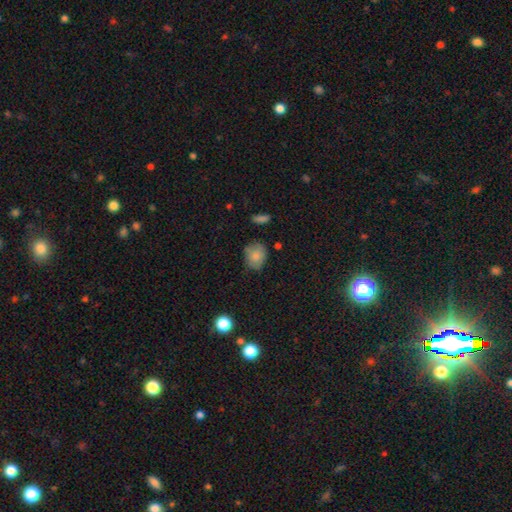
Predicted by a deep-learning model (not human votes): Smooth or featured?
  - smooth: 81% *
  - featured or disk: 10%
  - star or artifact: 9%
How rounded?
  - in between: 50% *
  - round: 49%
  - cigar-shaped: 1%
Merging?
  - none: 66% *
  - minor disturbance: 25%
  - major disturbance: 5%
  - merger: 3%